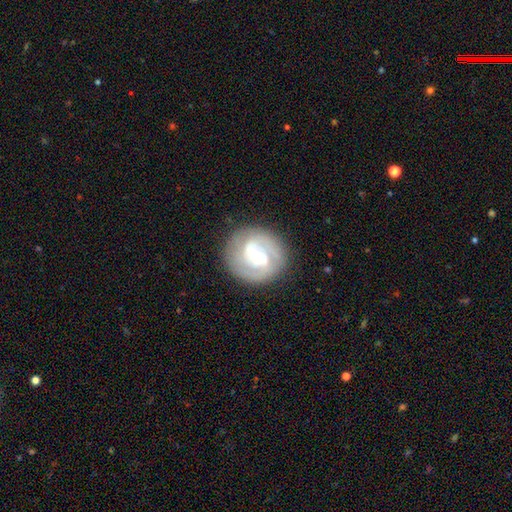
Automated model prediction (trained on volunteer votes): This appears to be a featured or disk galaxy (77%) with a weak bar (45%), 2 (58%) tight (55%) spiral arms (90%) and a small central bulge (64%). Merging: none (80%).